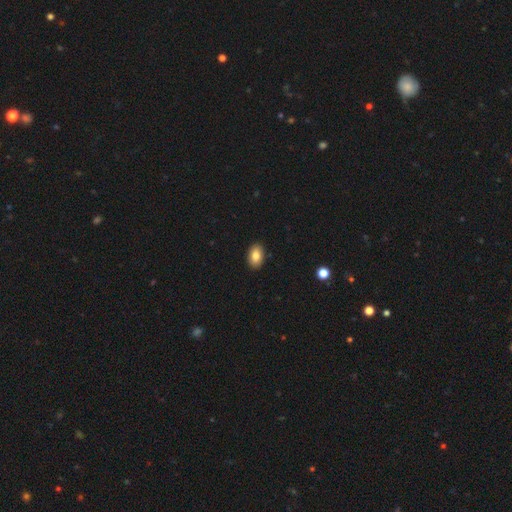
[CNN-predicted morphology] Smooth or featured: smooth — 84% (star or artifact — 8%)
How rounded: in between — 91% (round — 8%)
Merging: none — 90% (minor disturbance — 7%)